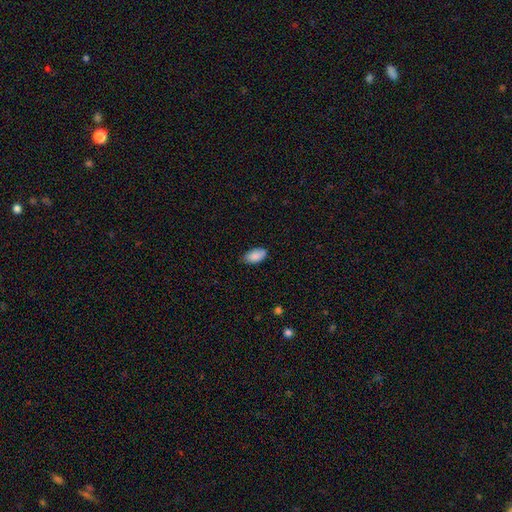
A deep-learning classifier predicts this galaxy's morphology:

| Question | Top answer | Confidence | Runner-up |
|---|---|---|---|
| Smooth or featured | smooth | 88% | star or artifact (7%) |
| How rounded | in between | 94% | round (3%) |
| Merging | none | 77% | minor disturbance (19%) |